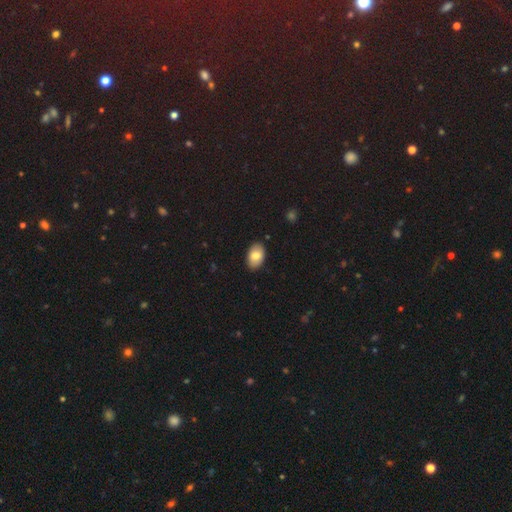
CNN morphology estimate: smooth 80%, featured or disk 13%, star or artifact 7%. Down the decision tree: how rounded — in between (92%); merging — none (88%).